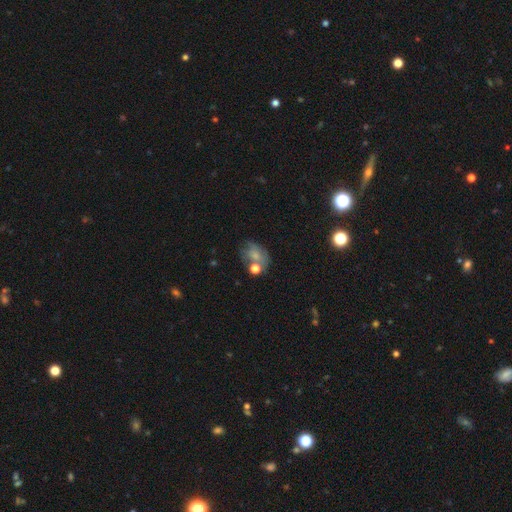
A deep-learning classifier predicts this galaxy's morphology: A smooth galaxy with no disk features (58%) that is in between round and cigar-shaped (61%).

Vote fractions:
- Smooth or featured? smooth: 58% / featured or disk: 29% / star or artifact: 13%
- How rounded? in between: 61% / round: 38% / cigar-shaped: 1%
- Merging? none: 37% / minor disturbance: 23% / merger: 23% / major disturbance: 17%